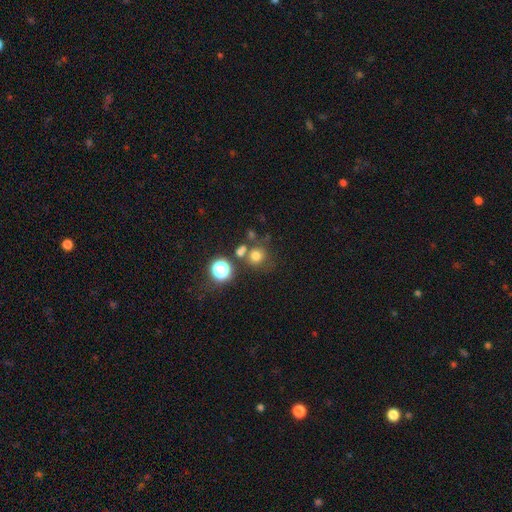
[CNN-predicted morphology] Smooth or featured: smooth — 71% (star or artifact — 20%)
How rounded: round — 88% (in between — 11%)
Merging: none — 63% (merger — 21%)